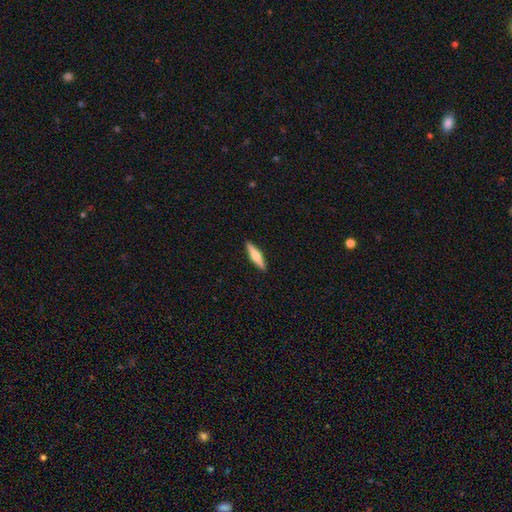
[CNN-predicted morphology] This appears to be a featured or disk galaxy (53%) viewed edge-on (97%) with a rounded central bulge (90%). Merging: none (91%).